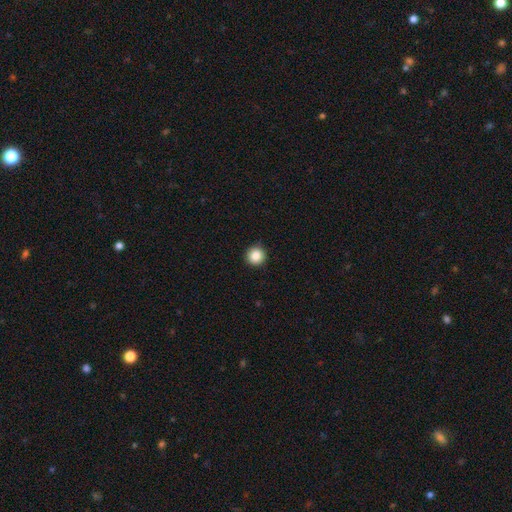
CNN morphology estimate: Smooth or featured? smooth (86%)
How rounded? round (96%)
Merging? none (92%)